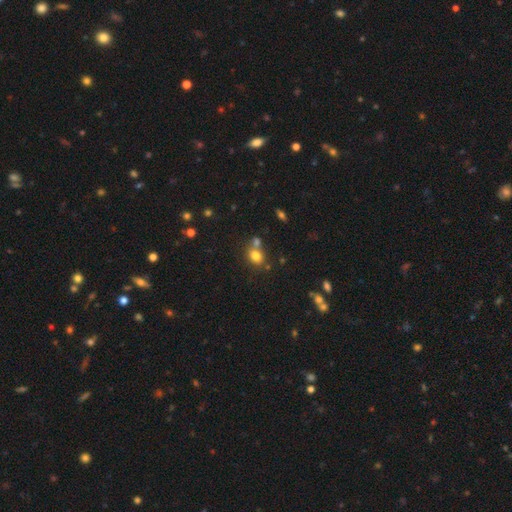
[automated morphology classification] This is likely a smooth galaxy (78%). How rounded: possibly round (59%). Merging: possibly none (53%).